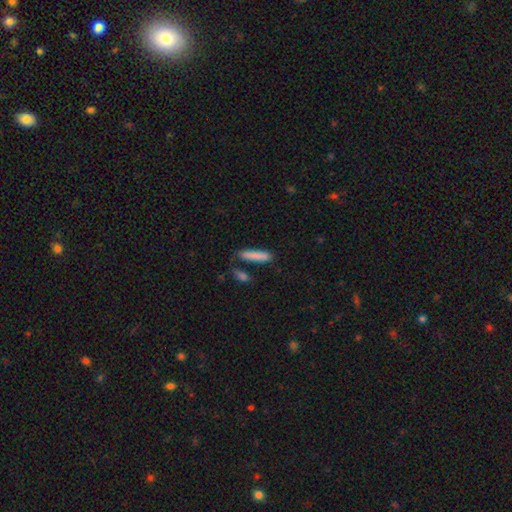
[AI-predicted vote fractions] This is clearly a smooth galaxy (85%). How rounded: clearly cigar-shaped (86%). Merging: likely none (75%).